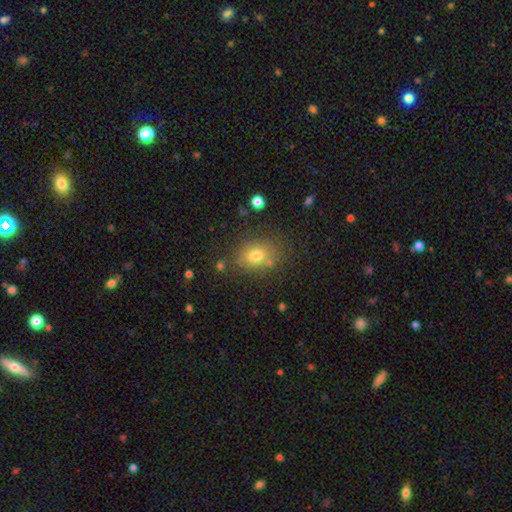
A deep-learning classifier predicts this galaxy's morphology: A smooth galaxy with no disk features (75%) that is in between round and cigar-shaped (67%).

Vote fractions:
- Smooth or featured? smooth: 75% / featured or disk: 13% / star or artifact: 12%
- How rounded? in between: 67% / round: 32% / cigar-shaped: 1%
- Merging? none: 75% / minor disturbance: 14% / merger: 6% / major disturbance: 5%